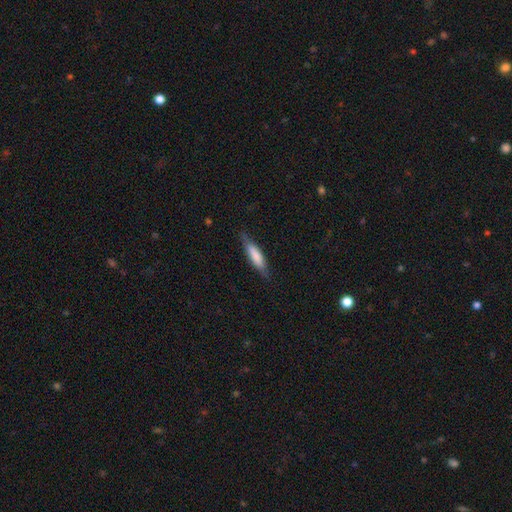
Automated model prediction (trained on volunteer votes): Q: Smooth or featured?
A: smooth (72%); runner-up: featured or disk (22%)
Q: How rounded?
A: cigar-shaped (71%); runner-up: in between (28%)
Q: Merging?
A: none (78%); runner-up: minor disturbance (17%)